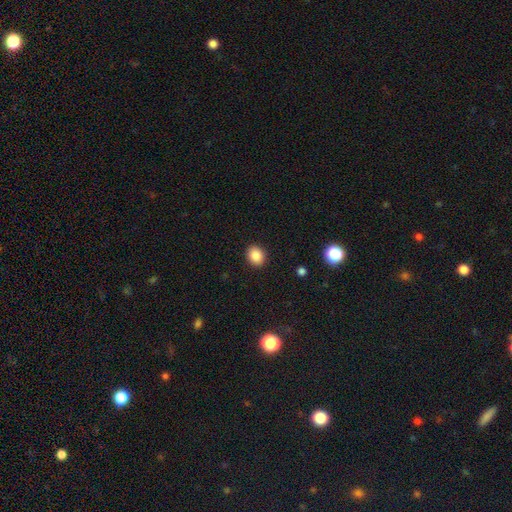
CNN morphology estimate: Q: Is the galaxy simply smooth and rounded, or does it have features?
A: smooth — 87%.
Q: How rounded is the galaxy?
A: round — 53%.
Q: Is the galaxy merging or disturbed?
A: none — 91%.